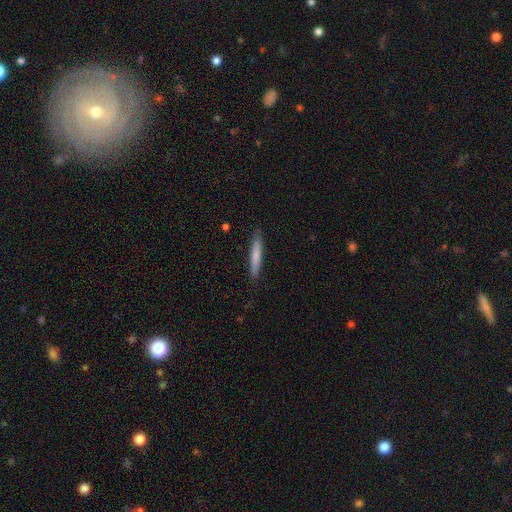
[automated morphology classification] A smooth galaxy with no disk features (70%) that is cigar-shaped (94%). Merging: none (88%).